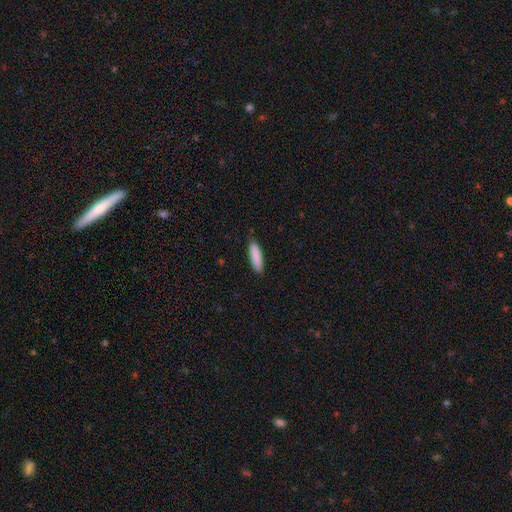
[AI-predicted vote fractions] smooth 89%, star or artifact 6%, featured or disk 5%. Down the decision tree: how rounded — cigar-shaped (62%); merging — none (88%).